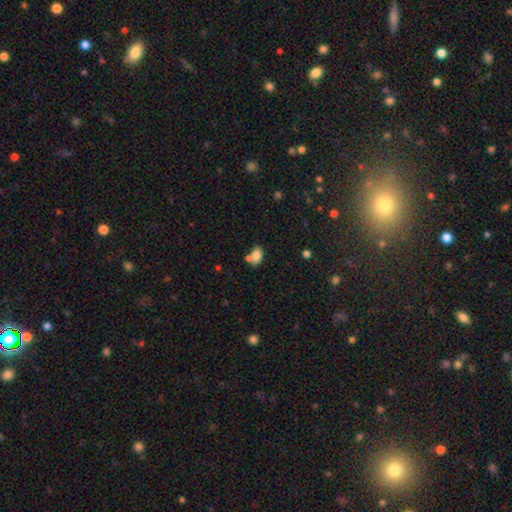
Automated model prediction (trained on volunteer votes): Smooth or featured? smooth (80%)
How rounded? in between (82%)
Merging? none (47%)